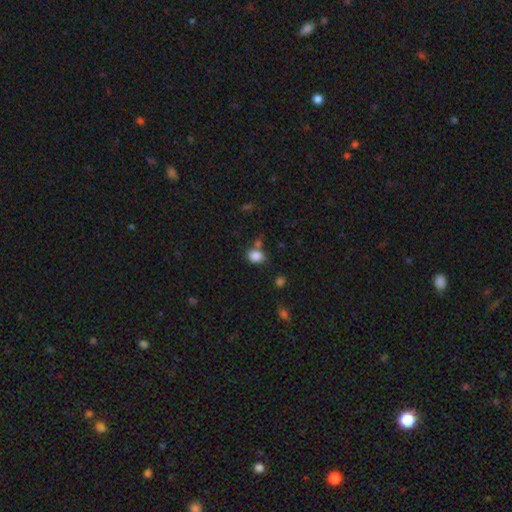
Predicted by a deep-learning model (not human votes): Morphology: type=smooth (85%); roundness=in between (59%); merging=none (63%).